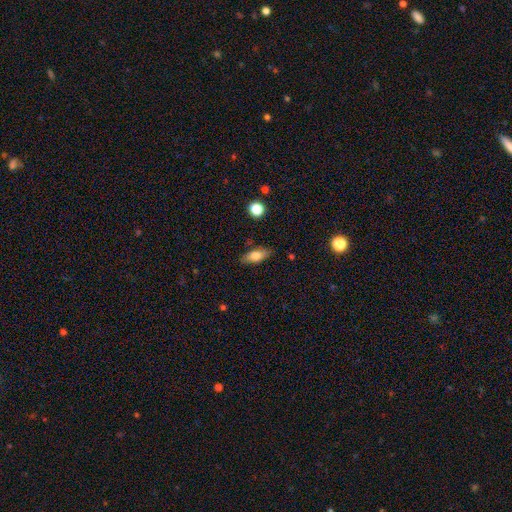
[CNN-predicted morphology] The model was most divided on "smooth or featured": smooth: 71%, featured or disk: 21%, star or artifact: 8%. More confident: merging — none (81%); how rounded — in between (77%).